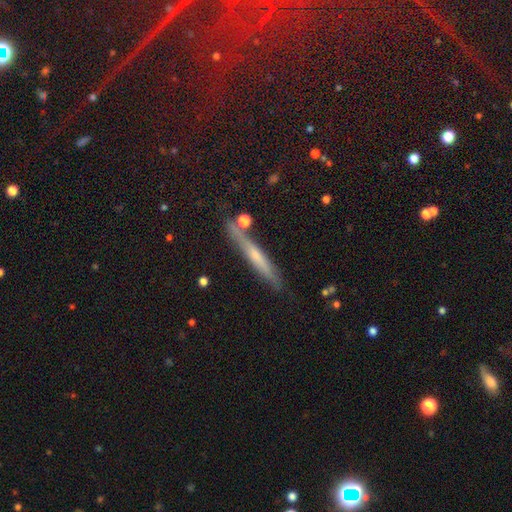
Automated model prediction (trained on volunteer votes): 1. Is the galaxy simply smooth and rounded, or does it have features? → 46% featured or disk, 39% smooth, 15% star or artifact.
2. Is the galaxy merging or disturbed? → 83% none, 11% minor disturbance, 4% merger, 3% major disturbance.